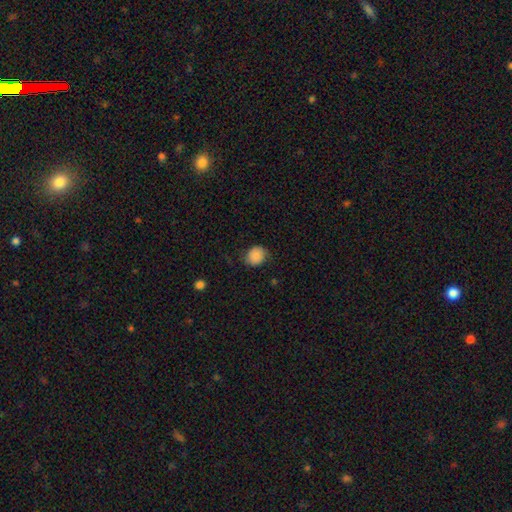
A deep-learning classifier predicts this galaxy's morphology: smooth-or-featured: smooth: 86% | star or artifact: 9% | featured or disk: 6%
  how-rounded: round: 70% | in between: 29% | cigar-shaped: 1%
  merging: none: 76% | minor disturbance: 19% | major disturbance: 4% | merger: 1%